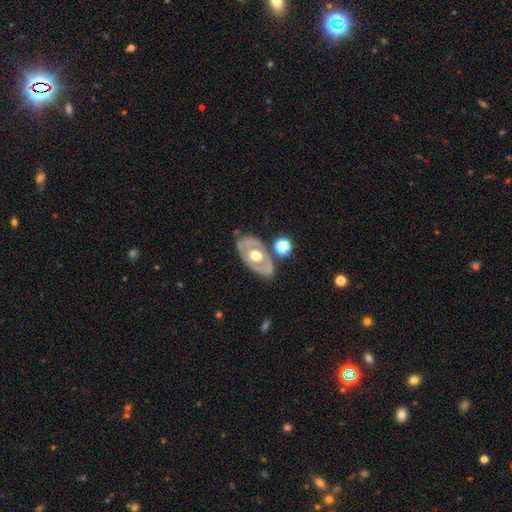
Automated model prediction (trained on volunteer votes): Smooth or featured? featured or disk (69%)
Edge-on disk? no (89%)
Bar? no (85%)
Spiral arms? no (74%)
Bulge size? moderate (64%)
Merging? none (74%)